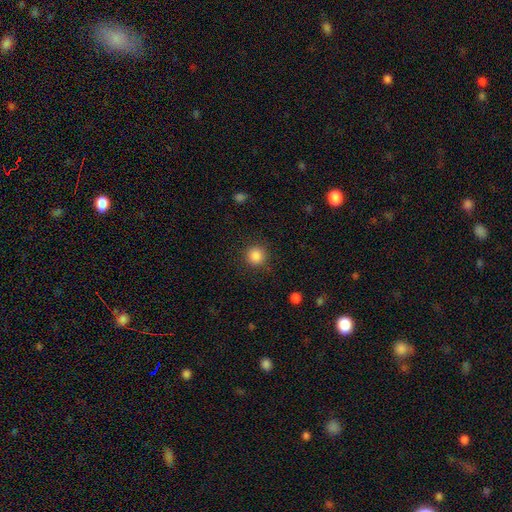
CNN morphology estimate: This is clearly a smooth galaxy (87%). How rounded: clearly round (93%). Merging: clearly none (89%).